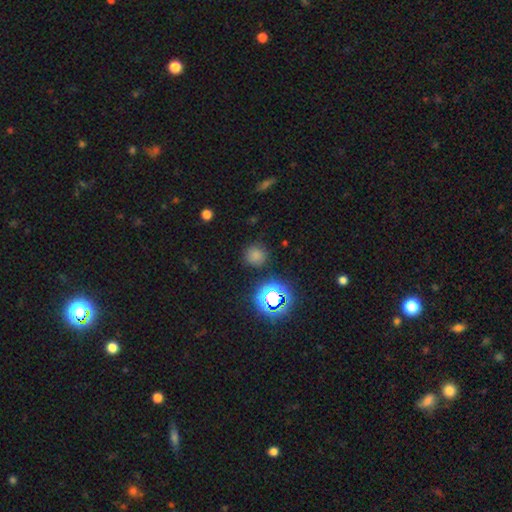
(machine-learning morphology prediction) smooth-or-featured: smooth: 70% | star or artifact: 23% | featured or disk: 6%
  how-rounded: round: 91% | in between: 8% | cigar-shaped: 1%
  merging: none: 84% | minor disturbance: 10% | major disturbance: 4% | merger: 2%